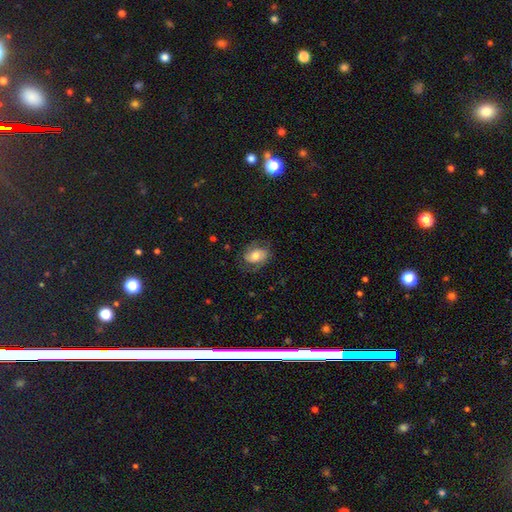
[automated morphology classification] A featured or disk galaxy (46%, tied with smooth).

Vote fractions:
- Smooth or featured? featured or disk: 46% (tied) / smooth: 46% (tied) / star or artifact: 8%
- Merging? none: 69% / minor disturbance: 19% / major disturbance: 11% / merger: 1%